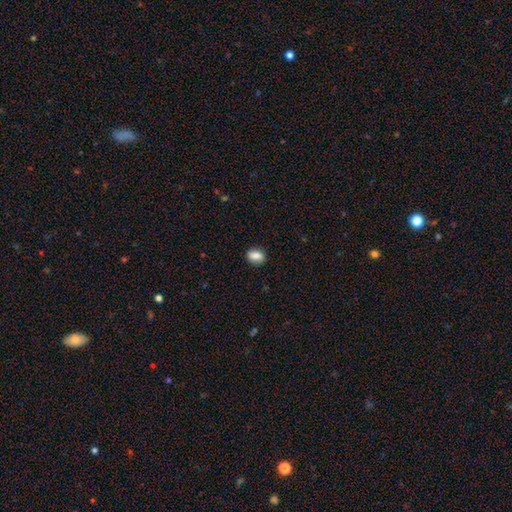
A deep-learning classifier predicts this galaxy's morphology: The model was most divided on "how rounded": in between: 74%, round: 23%, cigar-shaped: 3%. More confident: merging — none (86%); smooth or featured — smooth (82%).